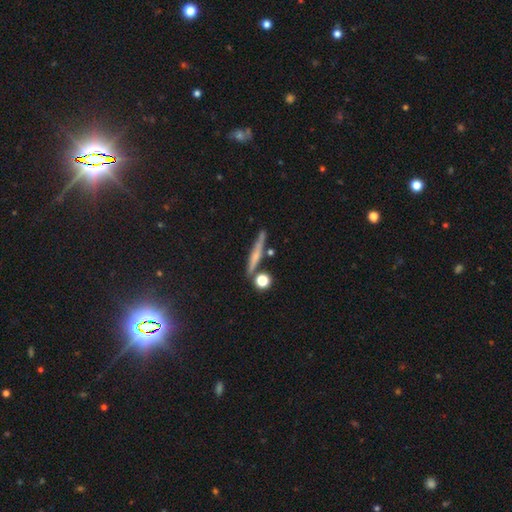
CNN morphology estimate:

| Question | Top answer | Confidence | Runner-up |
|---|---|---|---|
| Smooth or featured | featured or disk | 45% | smooth (44%) |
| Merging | none | 78% | minor disturbance (11%) |